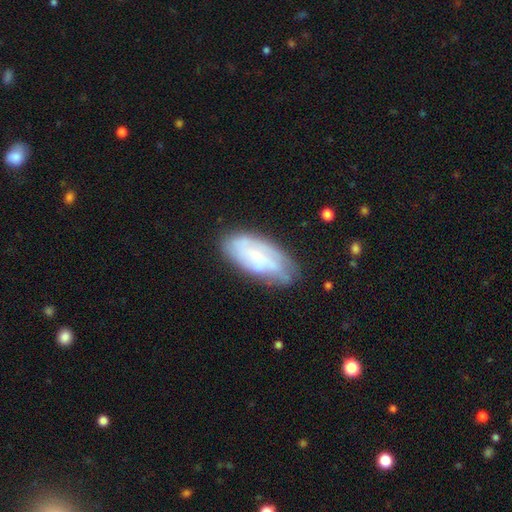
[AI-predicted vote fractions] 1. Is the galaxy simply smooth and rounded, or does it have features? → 52% featured or disk, 40% smooth, 7% star or artifact.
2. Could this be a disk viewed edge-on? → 91% no, 9% yes.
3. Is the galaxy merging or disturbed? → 66% none, 24% minor disturbance, 7% major disturbance, 2% merger.